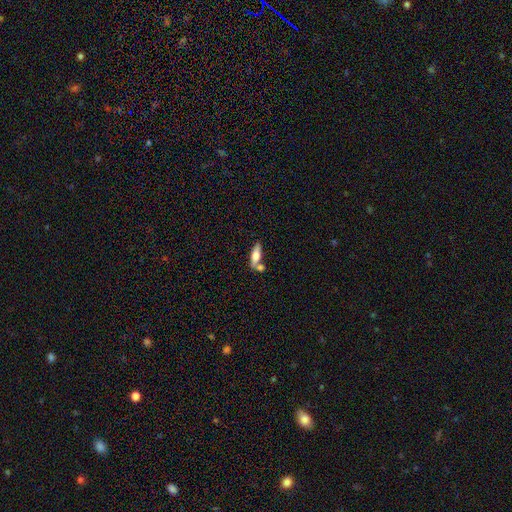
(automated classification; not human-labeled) Overall: smooth (59%; featured or disk 34%). How rounded: in between (59%; cigar-shaped 38%). Merging: none (55%; merger 28%).